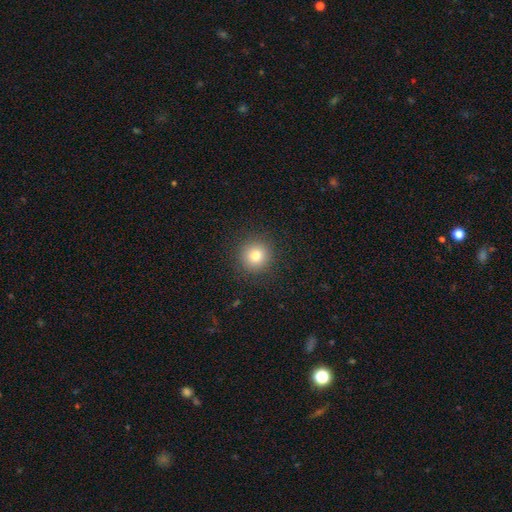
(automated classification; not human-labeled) The model was most divided on "smooth or featured": smooth: 79%, star or artifact: 13%, featured or disk: 8%. More confident: how rounded — round (95%); merging — none (91%).